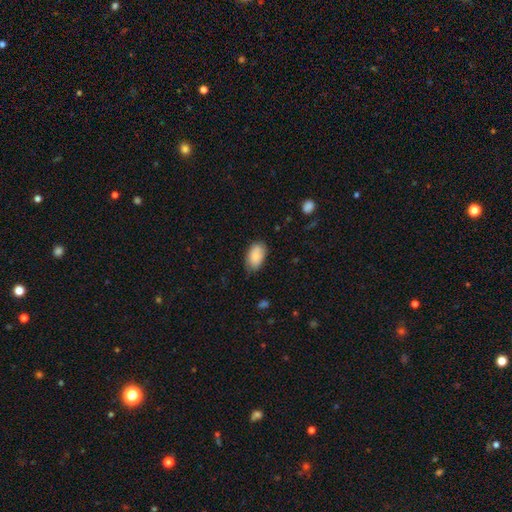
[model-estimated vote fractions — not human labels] The model was most divided on "merging": none: 70%, minor disturbance: 24%, major disturbance: 4%, merger: 1%. More confident: how rounded — in between (93%); smooth or featured — smooth (84%).